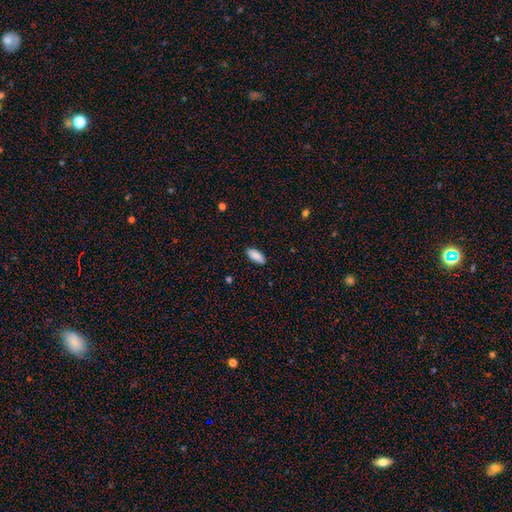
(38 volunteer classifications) Smooth or featured? smooth (84%)
How rounded? in between (94%)
Merging? none (92%)